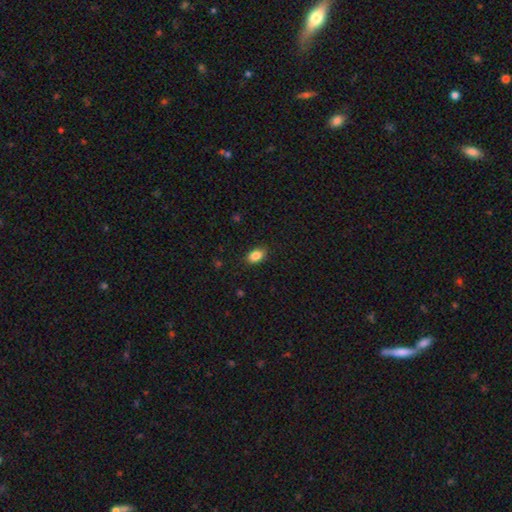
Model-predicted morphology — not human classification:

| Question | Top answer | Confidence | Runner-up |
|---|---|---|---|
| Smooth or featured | smooth | 86% | star or artifact (8%) |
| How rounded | in between | 87% | round (12%) |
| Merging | none | 88% | minor disturbance (9%) |